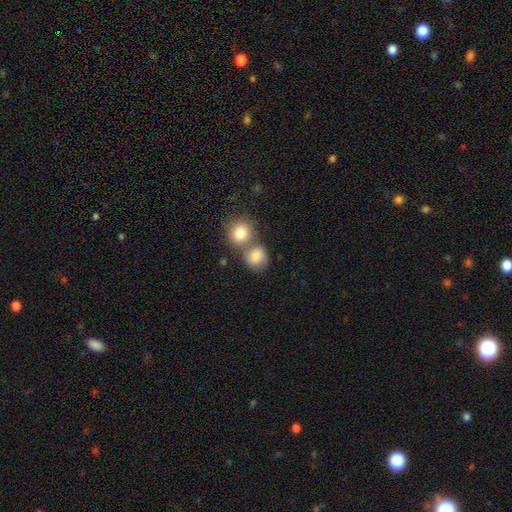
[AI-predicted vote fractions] A smooth galaxy with no disk features (80%) that is round (77%). Merging: merger (47%).